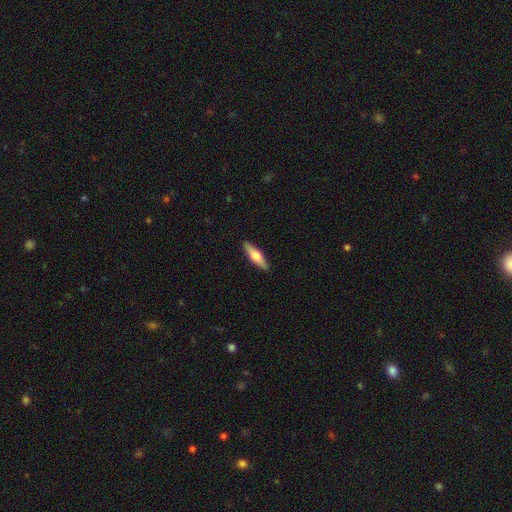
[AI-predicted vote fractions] Q: Smooth or featured?
A: smooth (49%); runner-up: featured or disk (46%)
Q: Merging?
A: none (90%); runner-up: minor disturbance (7%)